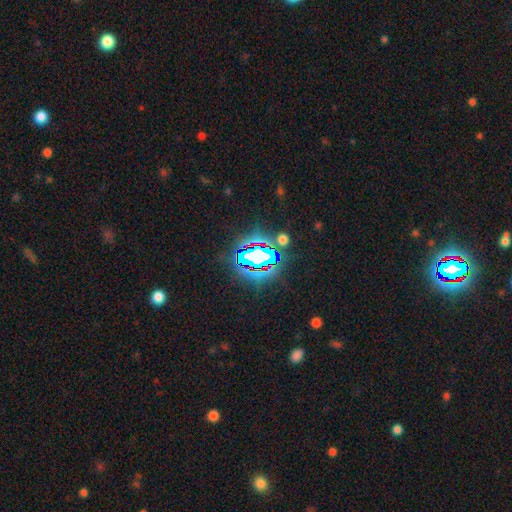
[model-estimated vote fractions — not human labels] Smooth or featured? Predicted: star or artifact (p=0.72).